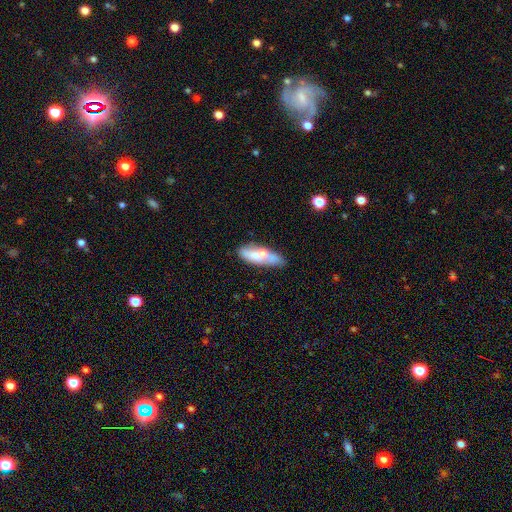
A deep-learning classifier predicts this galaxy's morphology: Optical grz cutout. It shows a smooth galaxy with no disk features (59%) that is in between round and cigar-shaped (54%). Merging: none (55%).